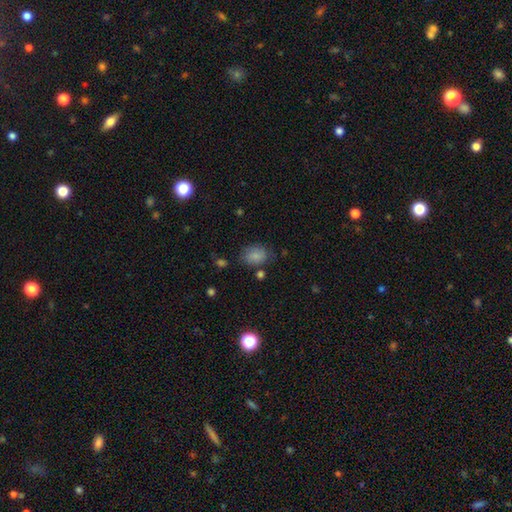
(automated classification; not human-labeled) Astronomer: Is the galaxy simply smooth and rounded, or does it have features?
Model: smooth — 84%.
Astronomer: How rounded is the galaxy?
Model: in between — 71%.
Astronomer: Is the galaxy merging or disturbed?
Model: none — 68%.